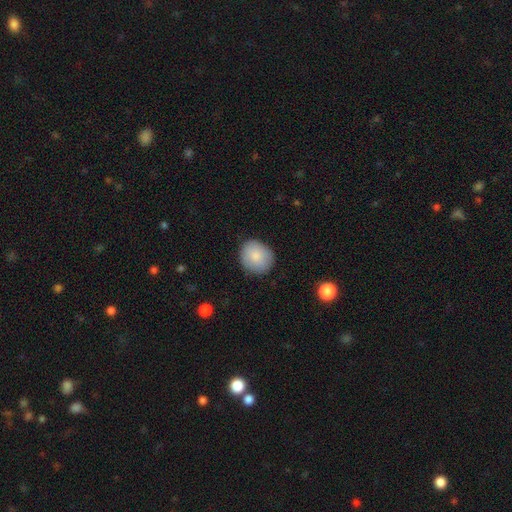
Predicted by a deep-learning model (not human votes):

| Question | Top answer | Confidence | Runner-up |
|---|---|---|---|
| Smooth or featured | smooth | 85% | featured or disk (8%) |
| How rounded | round | 74% | in between (25%) |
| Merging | none | 85% | minor disturbance (11%) |